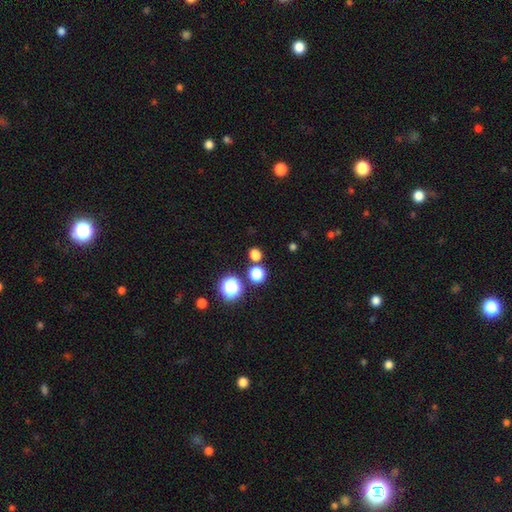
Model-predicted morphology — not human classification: A smooth galaxy with no disk features (70%) that is round (82%). Merging: none (79%).